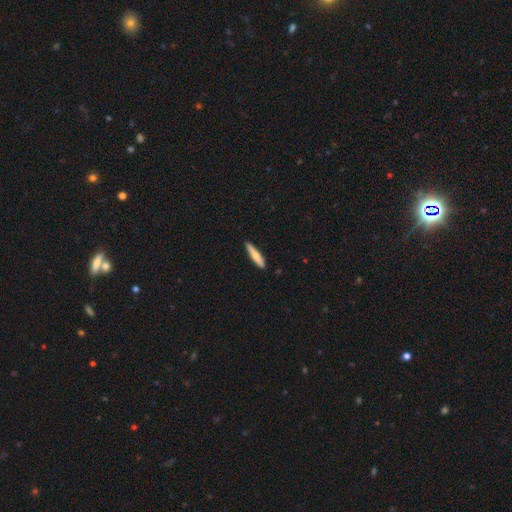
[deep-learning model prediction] smooth 69%, featured or disk 25%, star or artifact 5%. Down the decision tree: how rounded — cigar-shaped (88%); merging — none (88%).